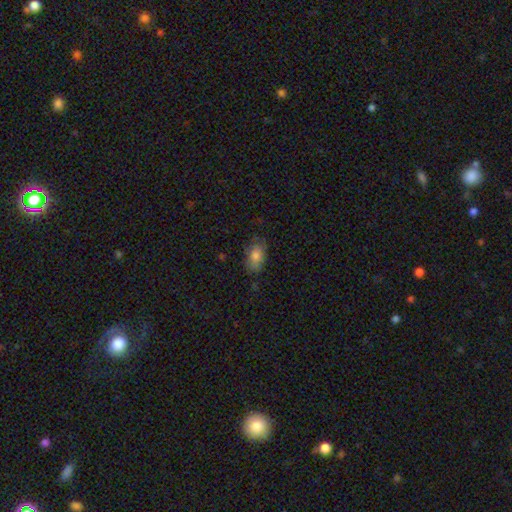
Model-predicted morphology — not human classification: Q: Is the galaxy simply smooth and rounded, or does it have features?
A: smooth — 81%.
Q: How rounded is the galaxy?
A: in between — 89%.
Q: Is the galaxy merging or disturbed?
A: none — 71%.